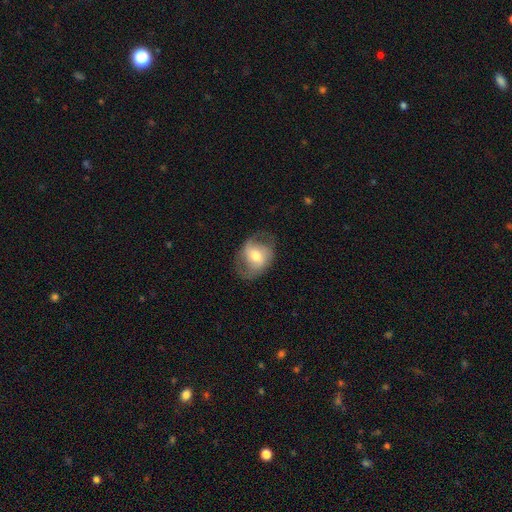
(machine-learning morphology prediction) A featured or disk galaxy (56%) with a weak bar (41%), spiral arms (75%) and a moderate central bulge (64%).

Vote fractions:
- Smooth or featured? featured or disk: 56% / smooth: 37% / star or artifact: 7%
- Edge-on disk? no: 95% / yes: 5%
- Bar? weak: 41% / no: 37% / strong: 22%
- Spiral arms? yes: 75% / no: 25%
- Bulge size? moderate: 64% / small: 25% / large: 9% / none: 1% / dominant: 1%
- Merging? none: 63% / minor disturbance: 22% / major disturbance: 14% / merger: 1%